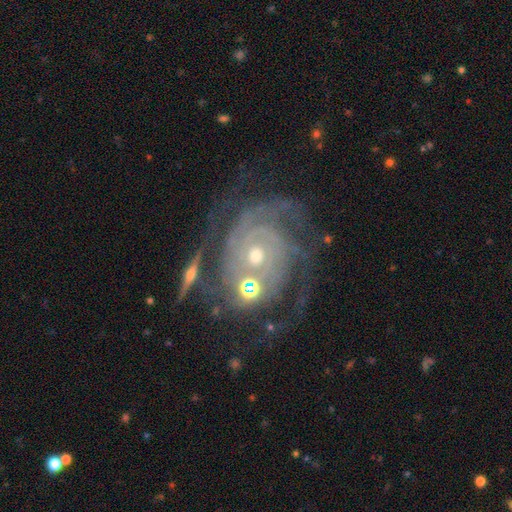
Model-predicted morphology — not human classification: Overall: featured or disk (88%). Edge-on disk: no (97%). Bar: no (77%). Spiral arms: yes (96%). Spiral arm count: 3 (27%; 2 26%). Spiral winding: tight (71%). Bulge size: small (55%; moderate 40%). Merging: none (49%; merger 21%).